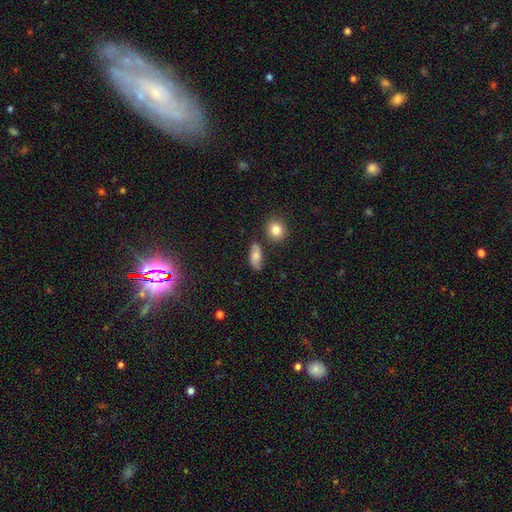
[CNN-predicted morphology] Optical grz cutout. It shows a smooth galaxy with no disk features (65%) that is in between round and cigar-shaped (80%). Merging: none (73%).